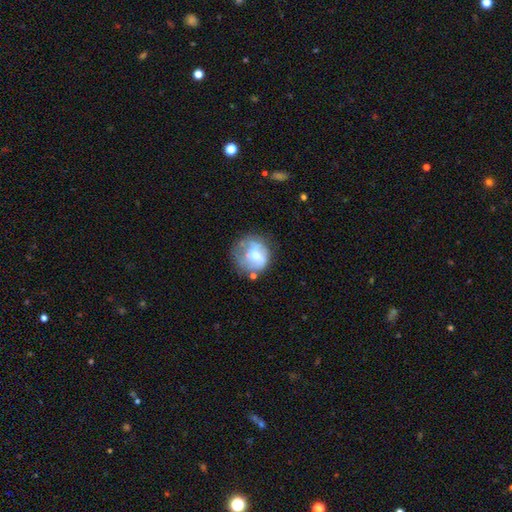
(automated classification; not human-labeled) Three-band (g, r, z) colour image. It shows a smooth galaxy with no disk features (50%). Merging: none (47%).